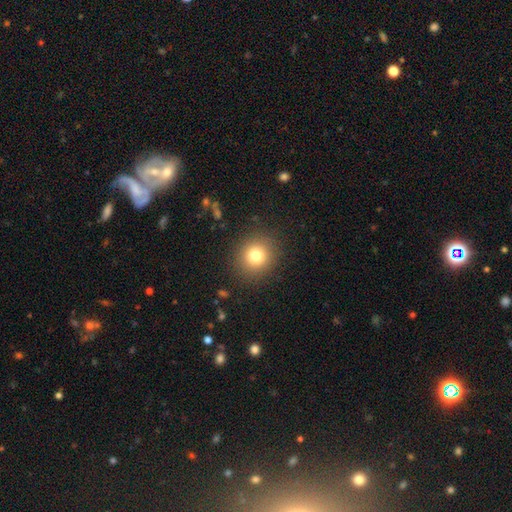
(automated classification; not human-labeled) This appears to be a smooth galaxy with no disk features (80%) that is round (88%). Merging: none (89%).